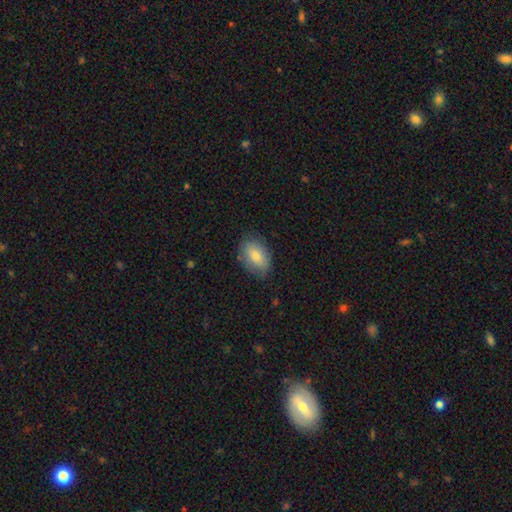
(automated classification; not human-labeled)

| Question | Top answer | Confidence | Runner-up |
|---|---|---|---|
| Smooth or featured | smooth | 80% | featured or disk (13%) |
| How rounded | in between | 89% | round (10%) |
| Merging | none | 80% | minor disturbance (16%) |